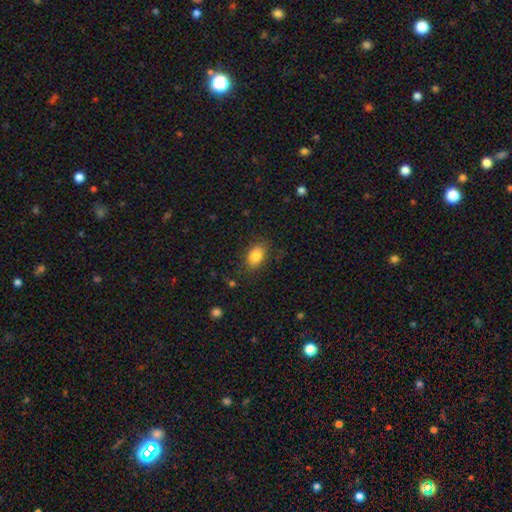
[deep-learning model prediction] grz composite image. It shows a smooth galaxy with no disk features (82%) that is in between round and cigar-shaped (81%). Merging: none (81%).